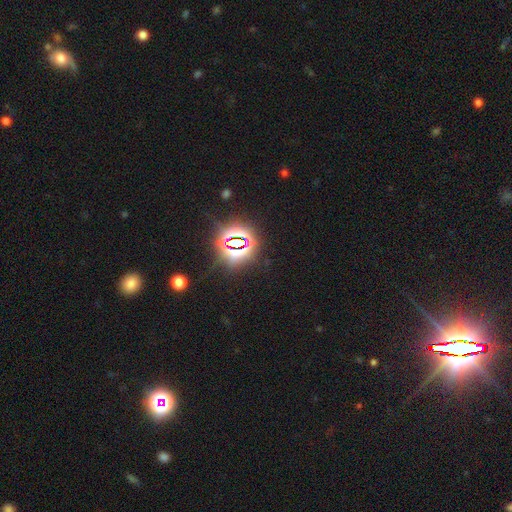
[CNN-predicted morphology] This appears to be a star or artifact, not a galaxy (82%).